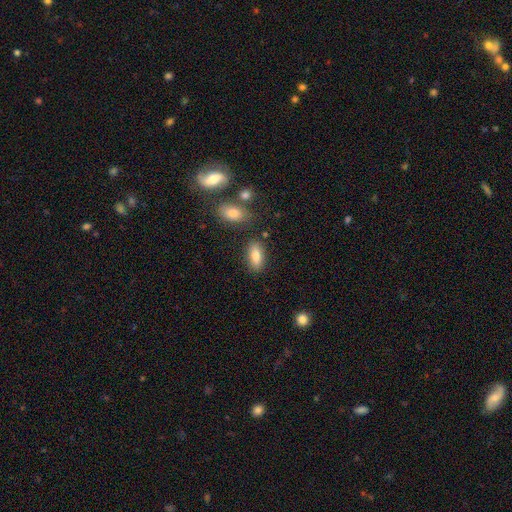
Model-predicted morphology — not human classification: A smooth galaxy with no disk features (81%) that is in between round and cigar-shaped (84%). Merging: none (81%).